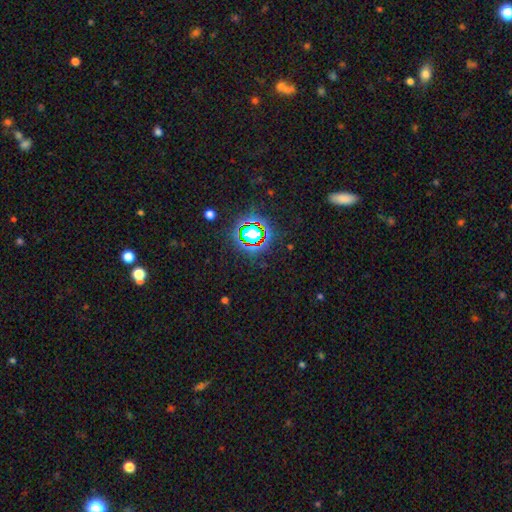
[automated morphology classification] A star or artifact, not a galaxy (77%).

Vote fractions:
- Smooth or featured? star or artifact: 77% / smooth: 15% / featured or disk: 8%